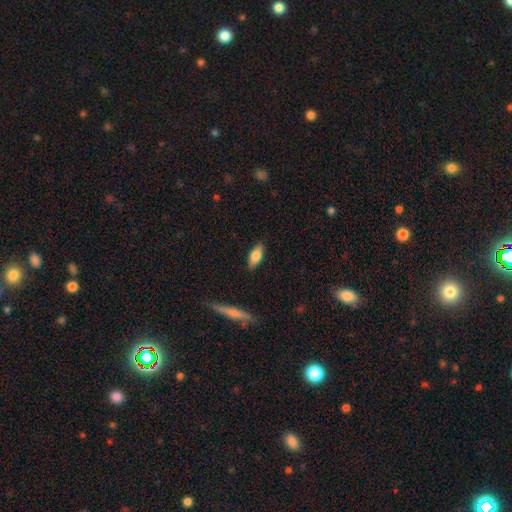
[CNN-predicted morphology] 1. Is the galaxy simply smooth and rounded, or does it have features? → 73% smooth, 20% featured or disk, 7% star or artifact.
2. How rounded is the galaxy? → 78% in between, 20% cigar-shaped, 3% round.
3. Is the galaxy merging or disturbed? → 86% none, 11% minor disturbance, 2% major disturbance, 1% merger.